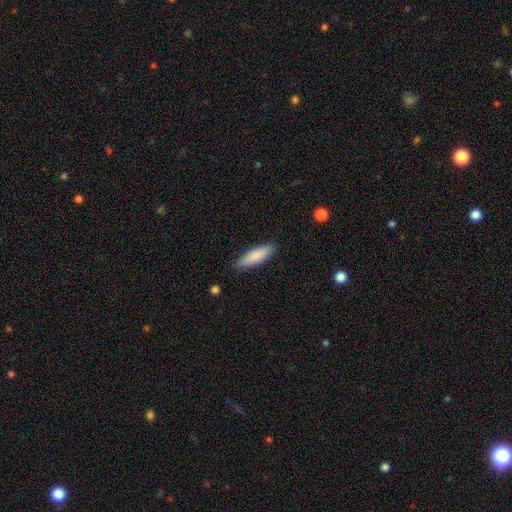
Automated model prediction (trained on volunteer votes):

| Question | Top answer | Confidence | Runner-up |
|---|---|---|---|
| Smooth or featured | smooth | 85% | featured or disk (10%) |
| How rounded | cigar-shaped | 57% | in between (42%) |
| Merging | none | 86% | minor disturbance (11%) |